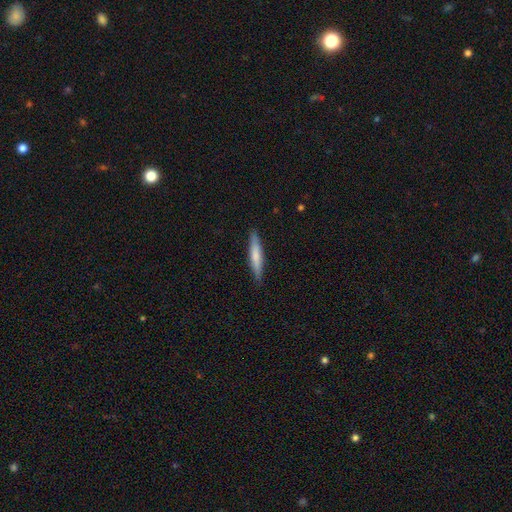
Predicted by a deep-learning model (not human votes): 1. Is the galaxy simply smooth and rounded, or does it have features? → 66% smooth, 29% featured or disk, 5% star or artifact.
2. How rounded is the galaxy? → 91% cigar-shaped, 7% in between, 1% round.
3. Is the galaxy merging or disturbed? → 90% none, 8% minor disturbance, 2% major disturbance, 1% merger.